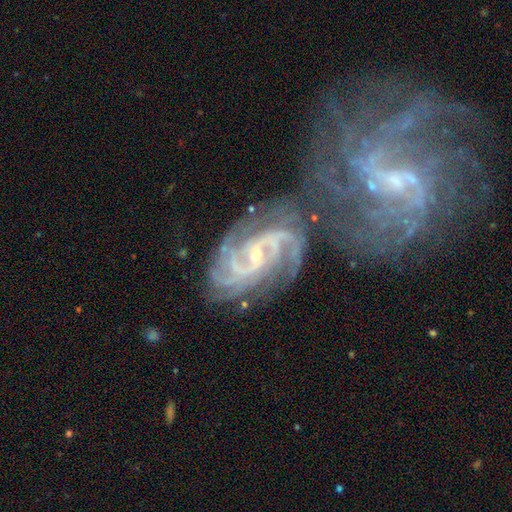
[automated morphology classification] Q: Smooth or featured?
A: featured or disk (92%); runner-up: star or artifact (5%)
Q: Edge-on disk?
A: no (97%); runner-up: yes (3%)
Q: Bar?
A: weak (39%); tied with: no (39%)
Q: Spiral arms?
A: yes (98%); runner-up: no (2%)
Q: Spiral winding?
A: tight (52%); runner-up: medium (39%)
Q: Spiral arm count?
A: 2 (29%); runner-up: 3 (22%)
Q: Bulge size?
A: small (75%); runner-up: moderate (21%)
Q: Merging?
A: none (54%); runner-up: minor disturbance (19%)